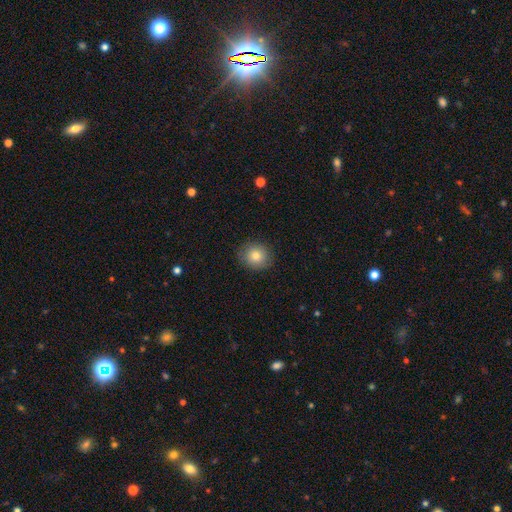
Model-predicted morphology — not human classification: smooth_or_featured: smooth (p=0.80) [alt: featured or disk p=0.10]
how_rounded: round (p=0.82) [alt: in between p=0.17]
merging: none (p=0.87) [alt: minor disturbance p=0.09]